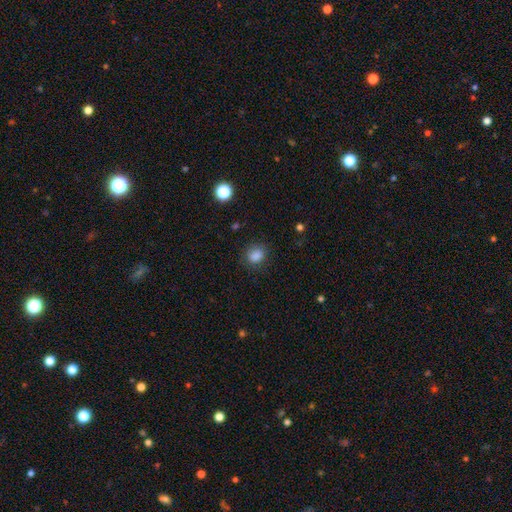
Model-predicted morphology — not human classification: A smooth galaxy with no disk features (85%) that is round (58%). Merging: none (81%).